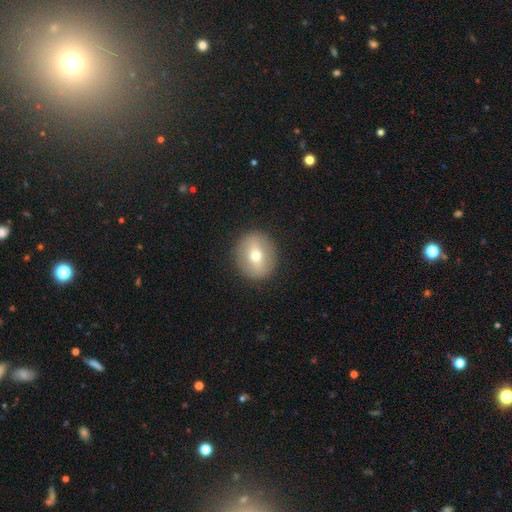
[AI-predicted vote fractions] Smooth or featured: smooth — 58% (featured or disk — 33%)
How rounded: round — 82% (in between — 17%)
Merging: none — 90% (minor disturbance — 7%)